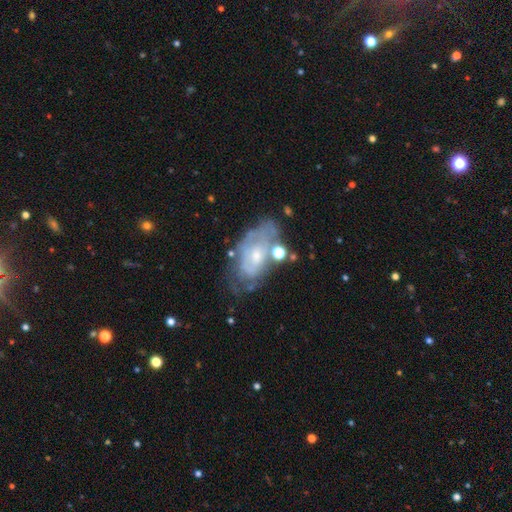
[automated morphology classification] Q: Smooth or featured?
A: featured or disk (66%); runner-up: smooth (26%)
Q: Edge-on disk?
A: no (94%); runner-up: yes (6%)
Q: Bar?
A: no (72%); runner-up: weak (23%)
Q: Spiral arms?
A: yes (57%); runner-up: no (43%)
Q: Bulge size?
A: small (54%); runner-up: moderate (37%)
Q: Merging?
A: none (47%); runner-up: minor disturbance (27%)